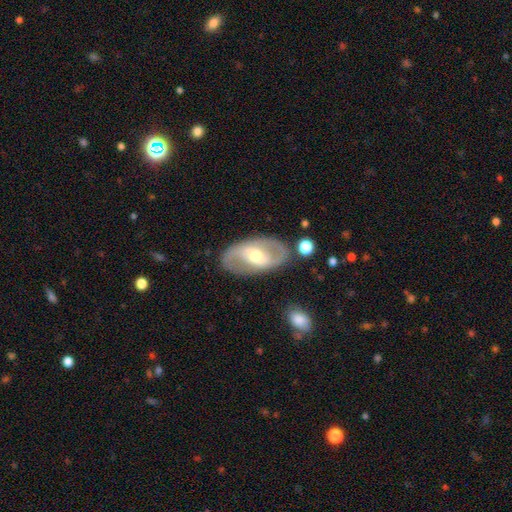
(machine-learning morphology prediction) The model was most divided on "bar": weak: 42%, no: 29%, strong: 29%. More confident: edge-on disk — no (94%); merging — none (82%); smooth or featured — featured or disk (74%); spiral arms — yes (71%); bulge size — moderate (64%).